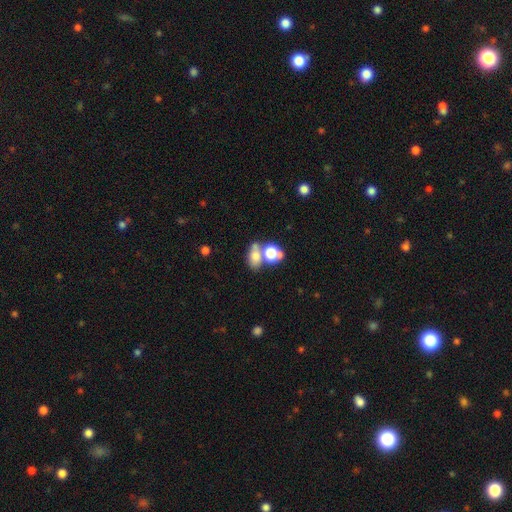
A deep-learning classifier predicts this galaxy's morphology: The model was most divided on "merging": merger: 45%, none: 38%, minor disturbance: 10%, major disturbance: 7%. More confident: how rounded — in between (69%); smooth or featured — smooth (69%).